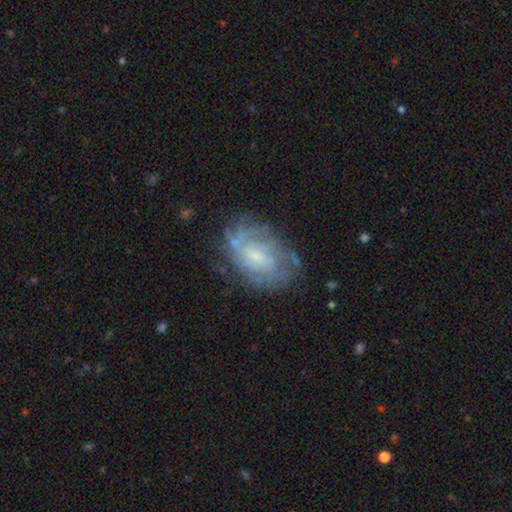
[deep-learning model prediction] This appears to be a featured or disk galaxy (72%) with no bar (51%), tight (57%) spiral arms (80%) and a small central bulge (62%). Merging: none (67%).